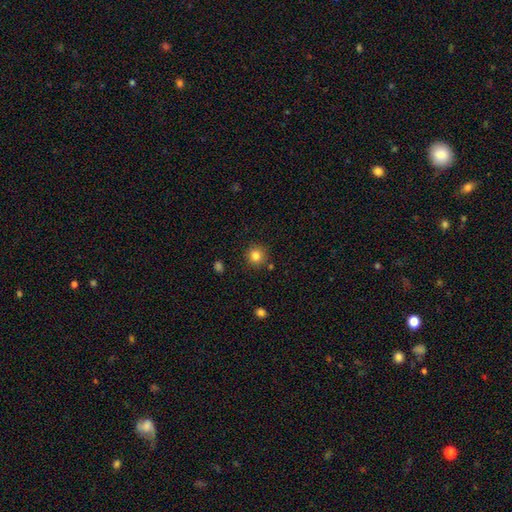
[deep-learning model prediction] Smooth or featured: smooth — 83% (star or artifact — 12%)
How rounded: round — 93% (in between — 6%)
Merging: none — 87% (minor disturbance — 7%)